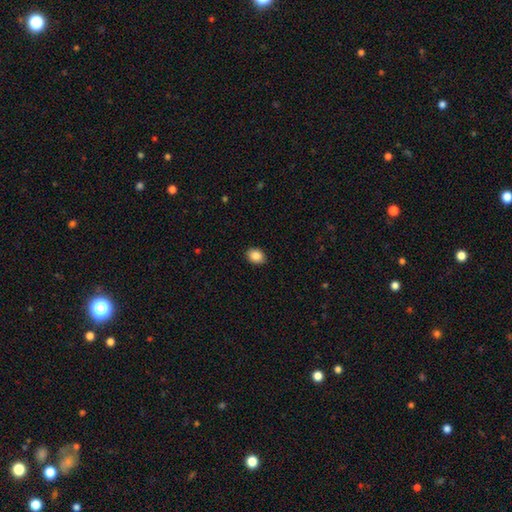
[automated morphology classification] This appears to be a smooth galaxy with no disk features (88%) that is in between round and cigar-shaped (65%). Merging: none (89%).